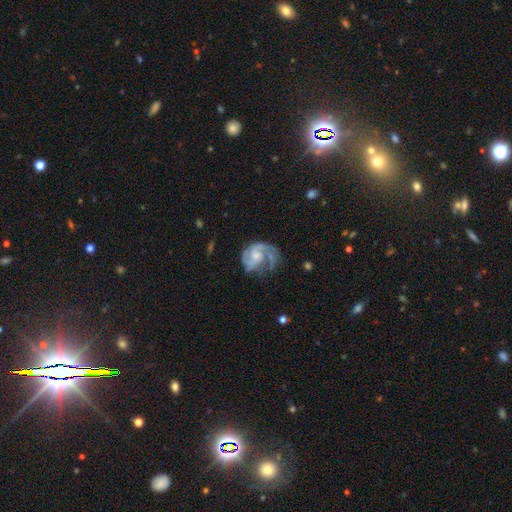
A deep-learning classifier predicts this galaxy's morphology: smooth_or_featured: featured or disk (p=0.85) [alt: smooth p=0.10]
disk_edge_on: no (p=0.98) [alt: yes p=0.02]
bar: no (p=0.62) [alt: weak p=0.32]
has_spiral_arms: yes (p=0.95) [alt: no p=0.05]
spiral_winding: medium (p=0.49) [alt: tight p=0.33]
spiral_arm_count: 2 (p=0.46) [alt: 3 p=0.26]
bulge_size: small (p=0.44) [alt: moderate p=0.39]
merging: none (p=0.48) [alt: major disturbance p=0.26]